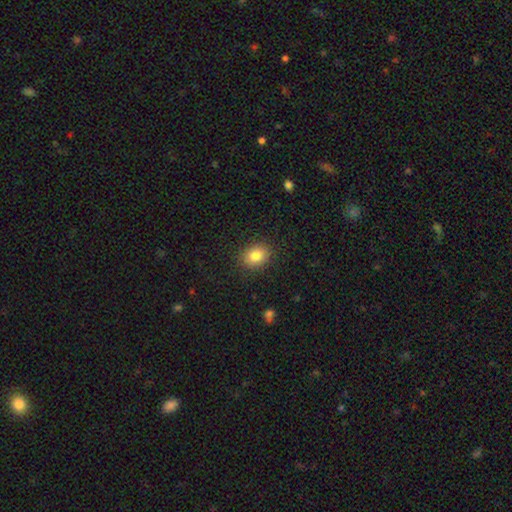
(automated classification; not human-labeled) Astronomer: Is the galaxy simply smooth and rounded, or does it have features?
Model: smooth — 83%.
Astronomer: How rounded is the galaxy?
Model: in between — 53% (runner-up: round, 46%).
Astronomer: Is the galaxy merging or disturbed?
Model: none — 87%.